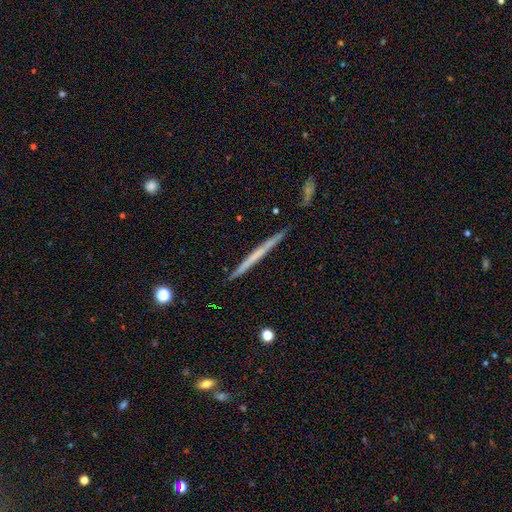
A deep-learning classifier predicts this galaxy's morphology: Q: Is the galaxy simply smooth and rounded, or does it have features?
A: featured or disk — 51%.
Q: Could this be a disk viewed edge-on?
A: yes — 97%.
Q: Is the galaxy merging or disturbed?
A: none — 89%.